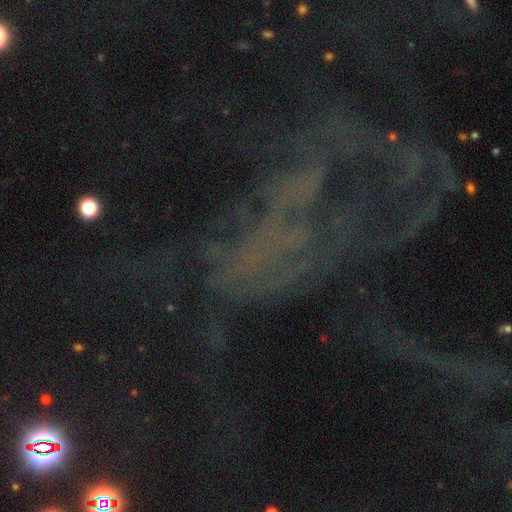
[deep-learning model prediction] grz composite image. It shows a star or artifact, not a galaxy (47%).